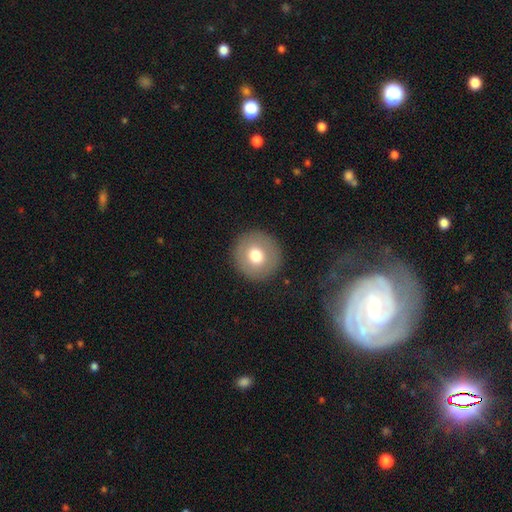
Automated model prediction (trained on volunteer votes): Morphology: type=smooth (72%); roundness=round (94%); merging=none (91%).